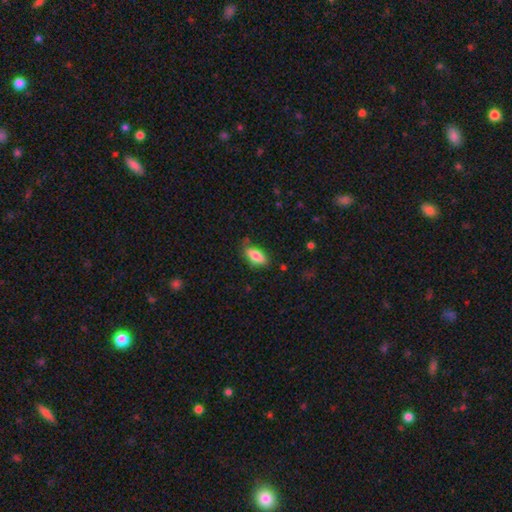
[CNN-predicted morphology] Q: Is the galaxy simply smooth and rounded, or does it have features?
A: smooth — 79%.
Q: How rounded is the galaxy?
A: in between — 81%.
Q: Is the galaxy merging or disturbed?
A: none — 77%.